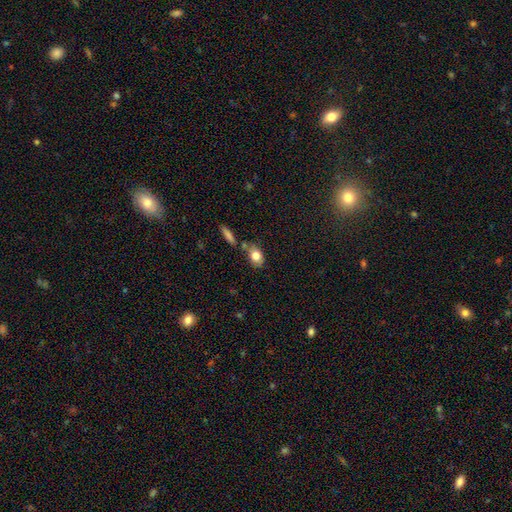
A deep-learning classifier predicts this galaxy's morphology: A smooth galaxy with no disk features (80%) that is in between round and cigar-shaped (78%). Merging: none (64%).